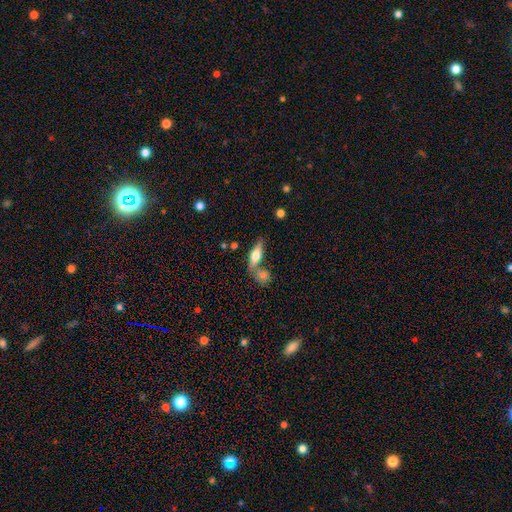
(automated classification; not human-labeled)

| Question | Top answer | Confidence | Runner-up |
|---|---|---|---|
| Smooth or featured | smooth | 51% | featured or disk (42%) |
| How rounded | cigar-shaped | 48% | tied: in between (48%) |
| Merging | none | 55% | merger (28%) |